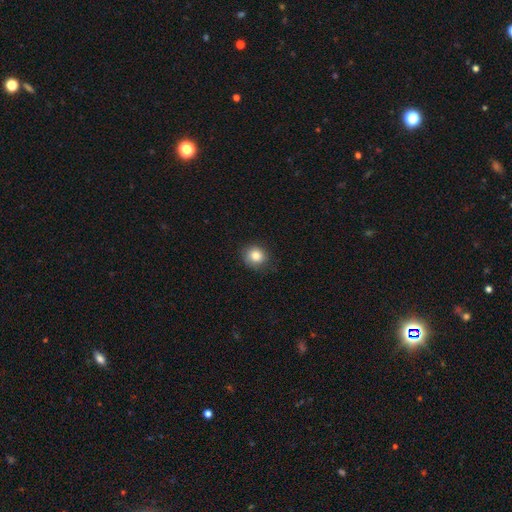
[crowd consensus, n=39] Morphology: type=smooth (90%); roundness=round (83%); merging=none (76%).